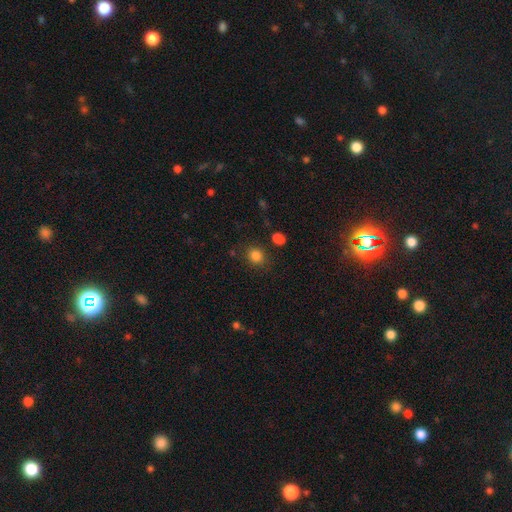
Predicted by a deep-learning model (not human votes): smooth-or-featured: smooth: 84% | star or artifact: 12% | featured or disk: 4%
  how-rounded: round: 75% | in between: 24% | cigar-shaped: 1%
  merging: none: 82% | minor disturbance: 10% | merger: 4% | major disturbance: 4%